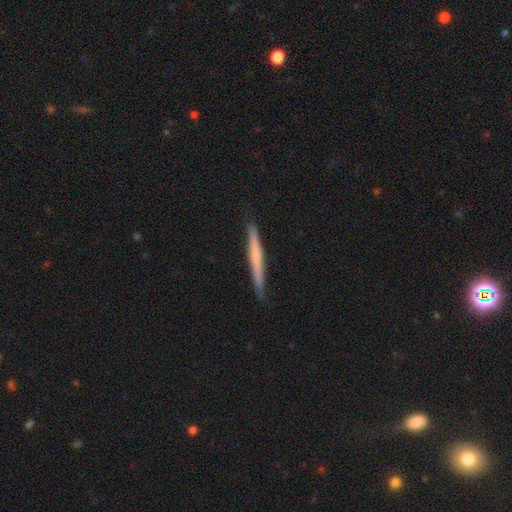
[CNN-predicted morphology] Smooth or featured? Predicted: smooth (p=0.51). How rounded? Predicted: cigar-shaped (p=0.97). Merging? Predicted: none (p=0.87).